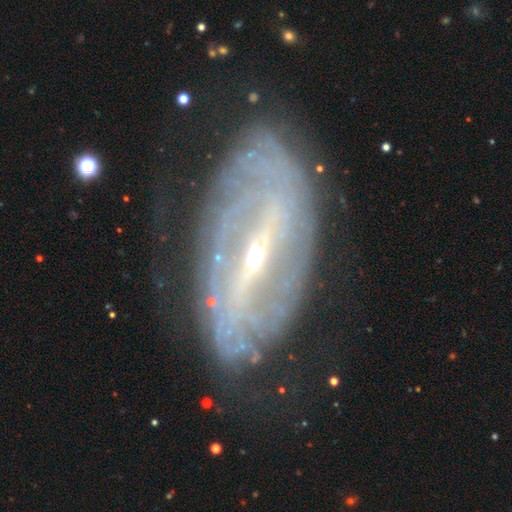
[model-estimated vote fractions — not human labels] smooth_or_featured: featured or disk (p=0.85) [alt: smooth p=0.08]
disk_edge_on: no (p=0.87) [alt: yes p=0.13]
bar: strong (p=0.68) [alt: weak p=0.22]
has_spiral_arms: yes (p=0.85) [alt: no p=0.15]
spiral_winding: tight (p=0.59) [alt: medium p=0.27]
spiral_arm_count: can't tell (p=0.39) [alt: 2 p=0.37]
bulge_size: small (p=0.73) [alt: moderate p=0.23]
merging: none (p=0.77) [alt: minor disturbance p=0.16]